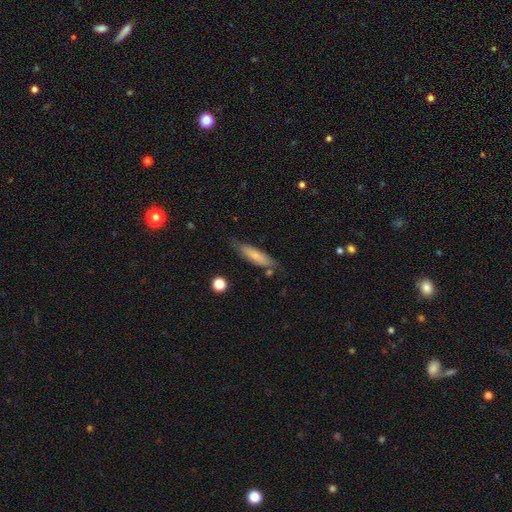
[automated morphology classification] smooth-or-featured: smooth: 71% | featured or disk: 23% | star or artifact: 6%
  how-rounded: cigar-shaped: 68% | in between: 30% | round: 2%
  merging: none: 72% | minor disturbance: 19% | major disturbance: 4% | merger: 4%